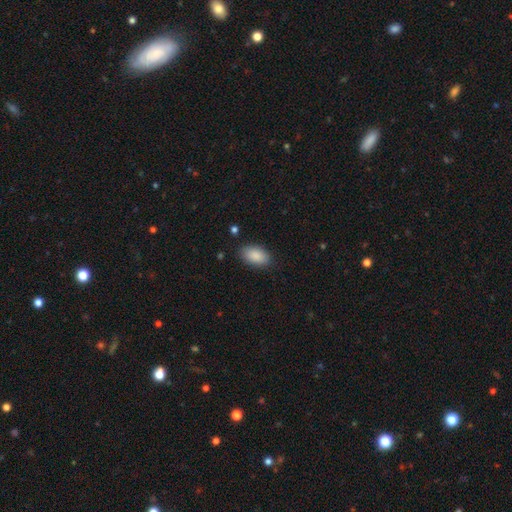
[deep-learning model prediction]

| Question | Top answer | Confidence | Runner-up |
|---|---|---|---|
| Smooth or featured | smooth | 89% | star or artifact (7%) |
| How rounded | in between | 94% | round (4%) |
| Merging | none | 85% | minor disturbance (11%) |